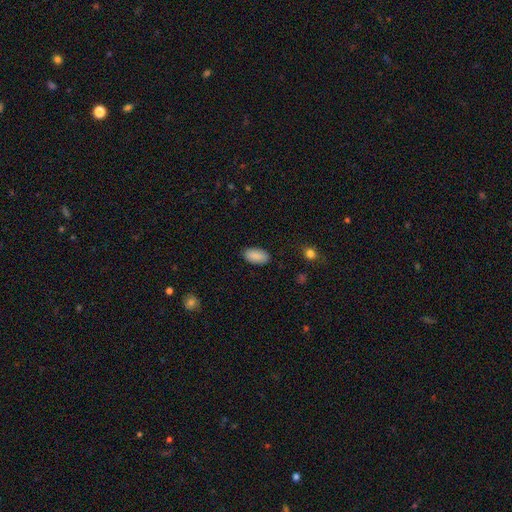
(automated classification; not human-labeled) Smooth or featured: smooth — 90% (star or artifact — 6%)
How rounded: in between — 94% (cigar-shaped — 3%)
Merging: none — 88% (minor disturbance — 9%)